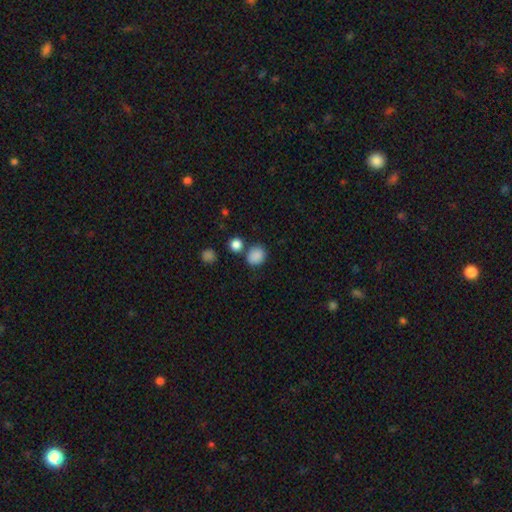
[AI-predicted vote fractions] The model was most divided on "how rounded": round: 71%, in between: 28%, cigar-shaped: 1%. More confident: smooth or featured — smooth (86%); merging — none (73%).